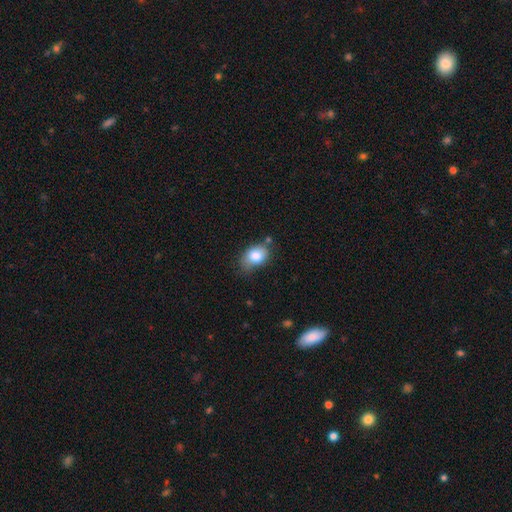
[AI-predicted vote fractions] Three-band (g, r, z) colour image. It shows a smooth galaxy with no disk features (82%) that is in between round and cigar-shaped (76%). Merging: none (54%).